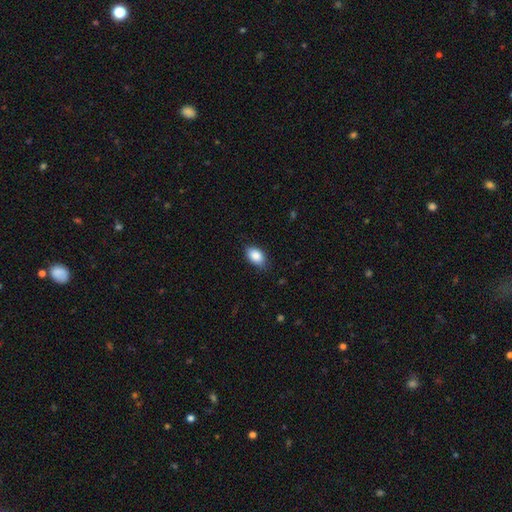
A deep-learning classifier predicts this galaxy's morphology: This is clearly a smooth galaxy (88%). How rounded: clearly in between (89%). Merging: likely none (78%).